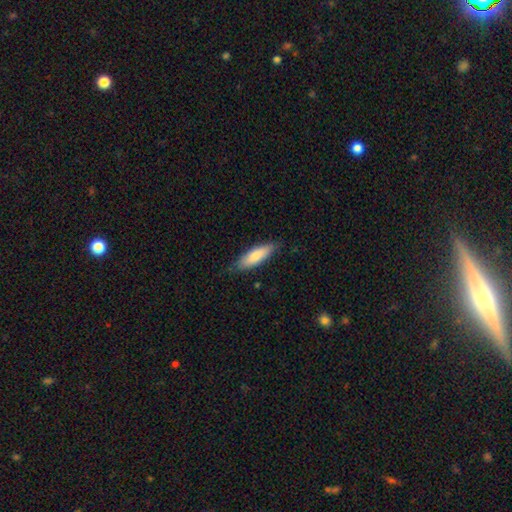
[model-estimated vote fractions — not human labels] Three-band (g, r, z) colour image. It shows a smooth galaxy with no disk features (80%) that is in between round and cigar-shaped (51%). Merging: none (81%).